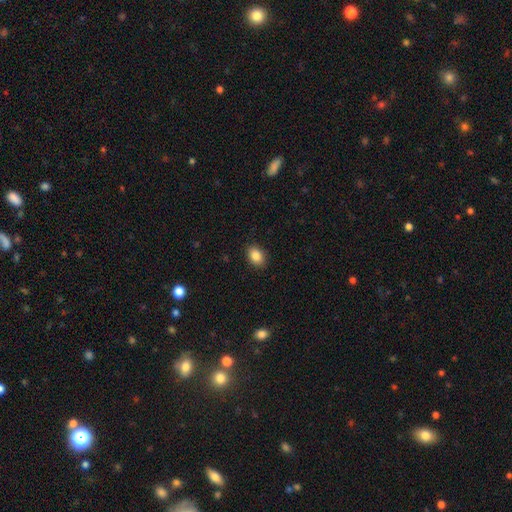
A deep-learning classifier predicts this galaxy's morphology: Smooth or featured? smooth (86%)
How rounded? in between (78%)
Merging? none (88%)